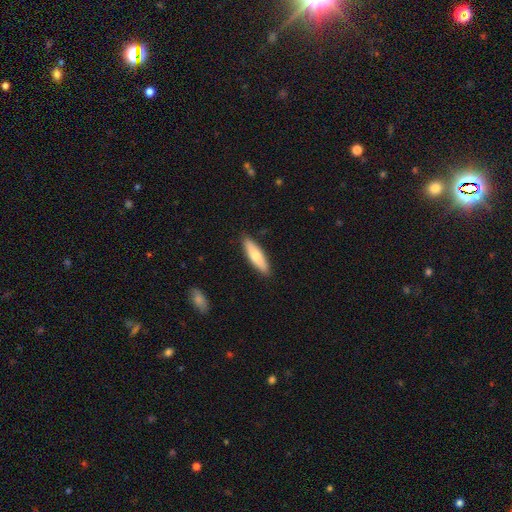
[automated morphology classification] Smooth or featured?
  - smooth: 69% *
  - featured or disk: 26%
  - star or artifact: 5%
How rounded?
  - cigar-shaped: 59% *
  - in between: 39%
  - round: 2%
Merging?
  - none: 90% *
  - minor disturbance: 8%
  - major disturbance: 2%
  - merger: 1%